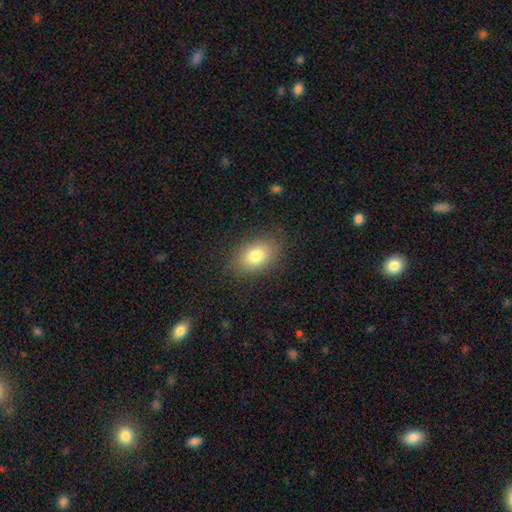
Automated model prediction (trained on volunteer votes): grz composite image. It shows a smooth galaxy with no disk features (79%) that is in between round and cigar-shaped (84%). Merging: none (83%).